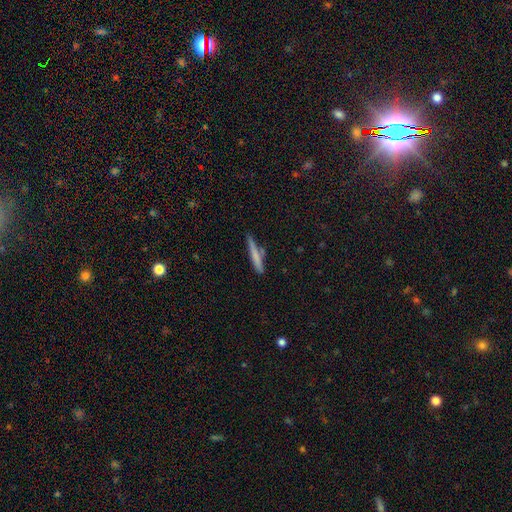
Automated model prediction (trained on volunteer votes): A smooth galaxy with no disk features (68%) that is cigar-shaped (94%). Merging: none (72%).